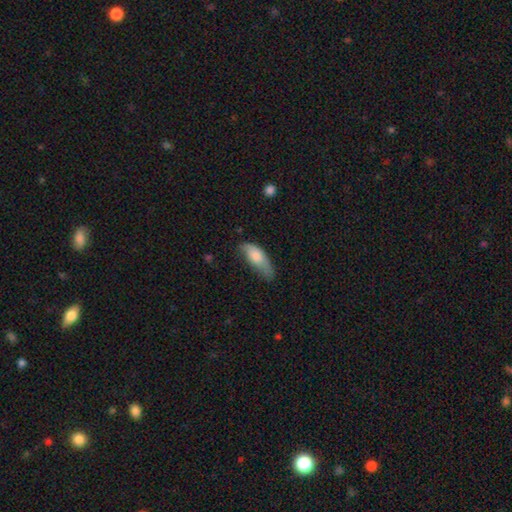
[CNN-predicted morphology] smooth_or_featured: smooth (p=0.76) [alt: featured or disk p=0.18]
how_rounded: in between (p=0.74) [alt: cigar-shaped p=0.23]
merging: none (p=0.43) [alt: minor disturbance p=0.41]